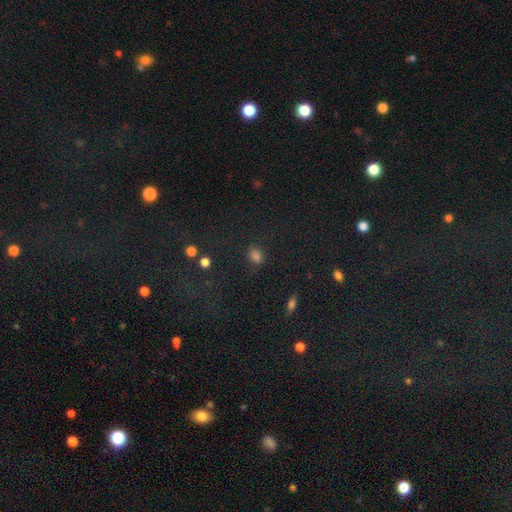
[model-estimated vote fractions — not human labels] Morphology: type=smooth (77%); roundness=in between (52%); merging=none (79%).